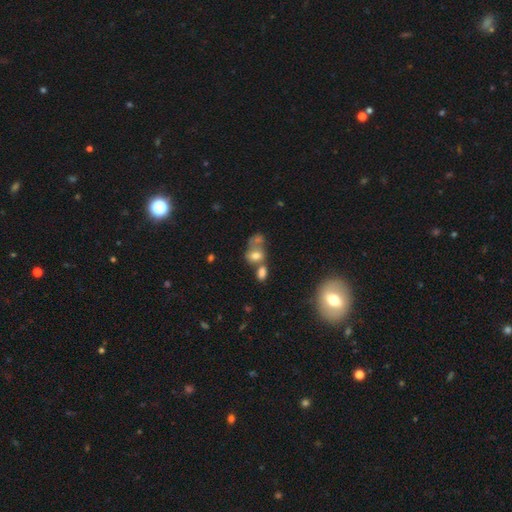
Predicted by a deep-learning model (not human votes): Smooth or featured: smooth — 68% (featured or disk — 19%)
How rounded: in between — 66% (round — 32%)
Merging: merger — 51% (none — 27%)